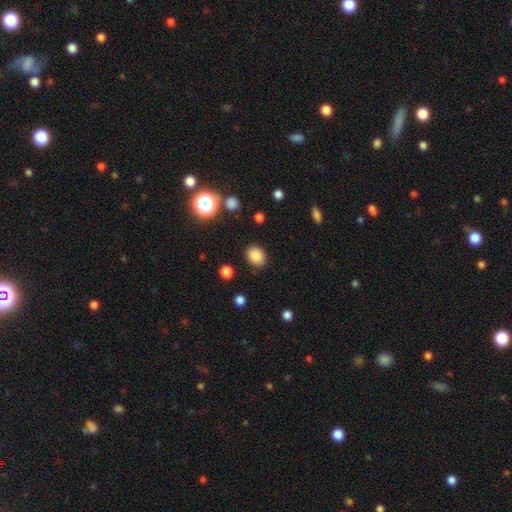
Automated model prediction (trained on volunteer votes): Smooth or featured: smooth — 85% (star or artifact — 11%)
How rounded: in between — 50% (round — 49%)
Merging: none — 87% (minor disturbance — 9%)